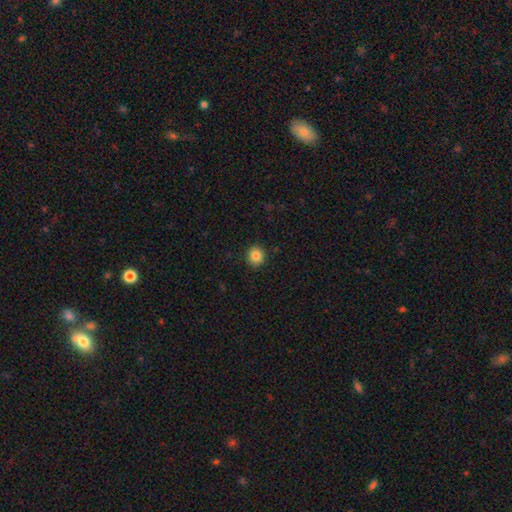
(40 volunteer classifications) Smooth or featured? 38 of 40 (95%) said smooth. How rounded? 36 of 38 (95%) said round. Merging? 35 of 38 (92%) said none.